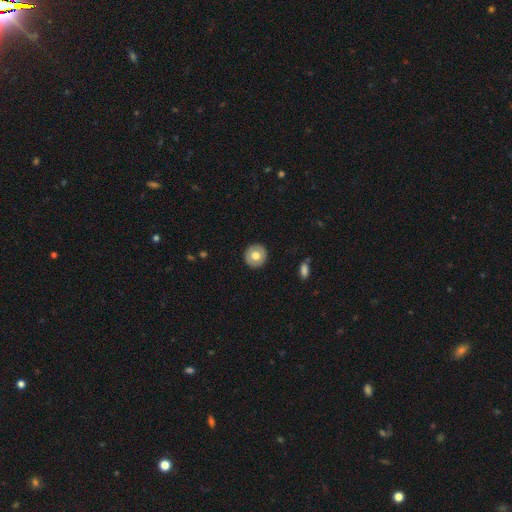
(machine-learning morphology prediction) A smooth galaxy with no disk features (68%) that is round (93%). Merging: none (92%).